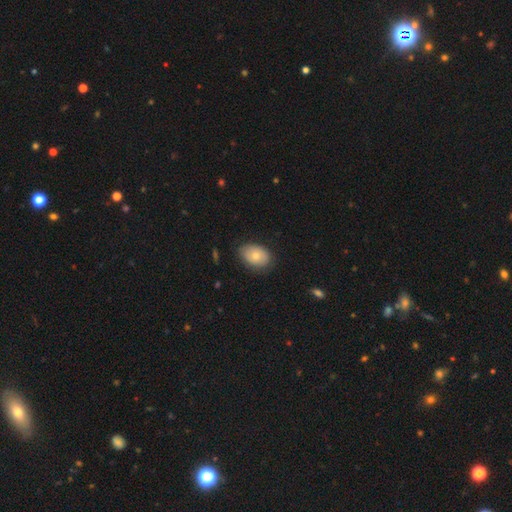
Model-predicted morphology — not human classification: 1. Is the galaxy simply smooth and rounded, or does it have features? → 74% smooth, 20% featured or disk, 7% star or artifact.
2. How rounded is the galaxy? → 80% in between, 19% round, 1% cigar-shaped.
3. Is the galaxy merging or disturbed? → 80% none, 15% minor disturbance, 3% major disturbance, 1% merger.